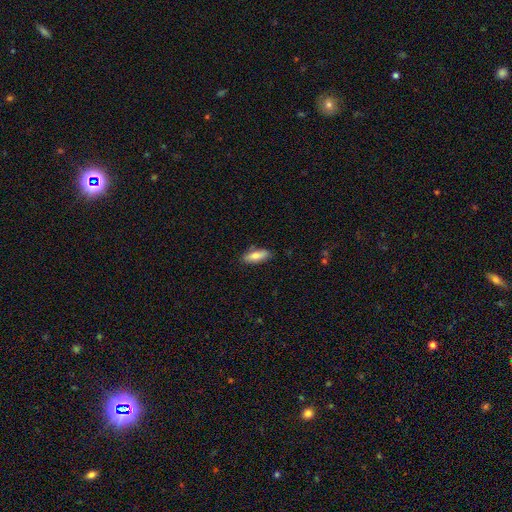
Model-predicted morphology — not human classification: Smooth or featured? smooth (79%)
How rounded? in between (64%)
Merging? none (84%)